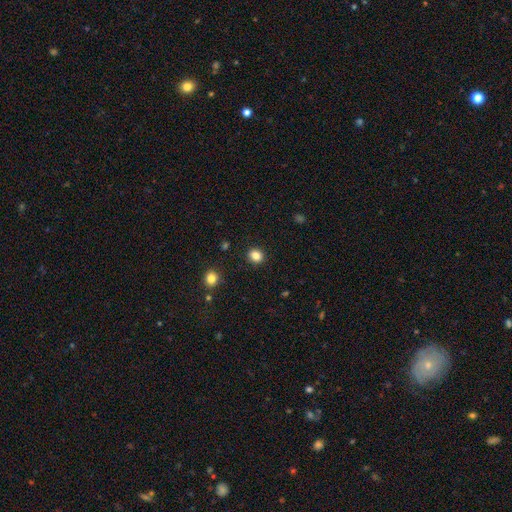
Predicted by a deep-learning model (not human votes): A smooth galaxy with no disk features (84%) that is round (71%). Merging: none (91%).